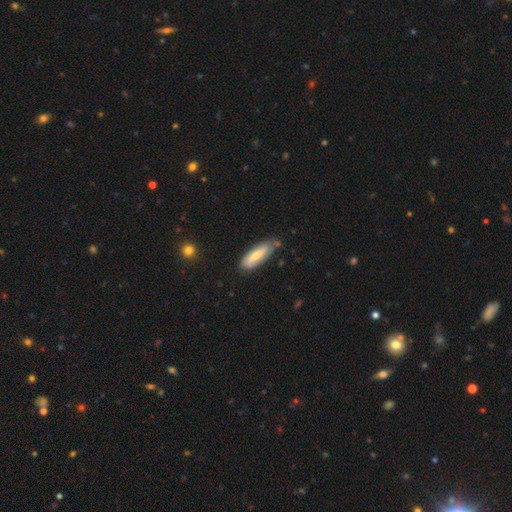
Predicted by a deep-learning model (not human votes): This appears to be a smooth galaxy with no disk features (66%) that is in between round and cigar-shaped (54%). Merging: none (68%).